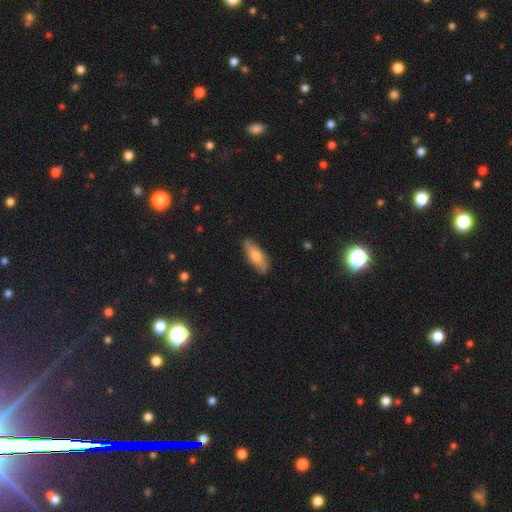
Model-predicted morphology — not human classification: A smooth galaxy with no disk features (67%) that is in between round and cigar-shaped (63%).

Vote fractions:
- Smooth or featured? smooth: 67% / featured or disk: 27% / star or artifact: 6%
- How rounded? in between: 63% / cigar-shaped: 34% / round: 2%
- Merging? none: 82% / minor disturbance: 15% / major disturbance: 2% / merger: 1%